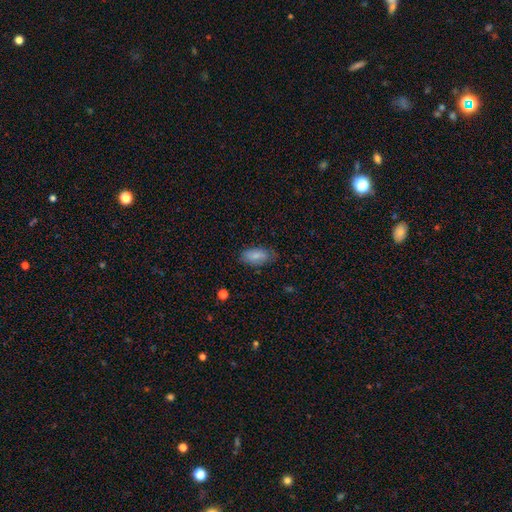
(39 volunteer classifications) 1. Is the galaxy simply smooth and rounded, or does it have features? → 85% smooth, 8% featured or disk, 8% star or artifact.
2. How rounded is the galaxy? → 88% in between, 12% cigar-shaped, 0% round.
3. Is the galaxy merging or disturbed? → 78% none, 19% minor disturbance, 3% major disturbance, 0% merger.